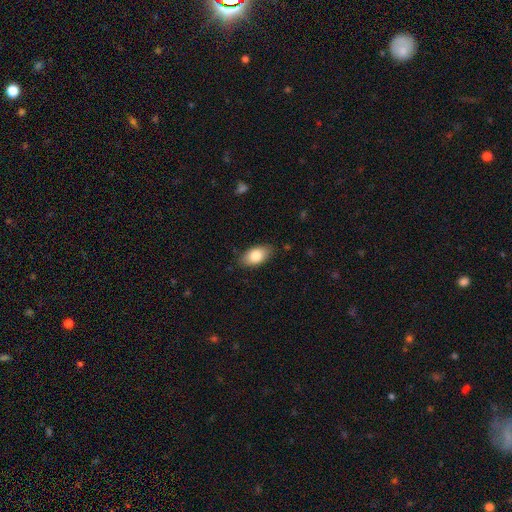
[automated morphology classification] A smooth galaxy with no disk features (82%) that is in between round and cigar-shaped (92%). Merging: none (83%).